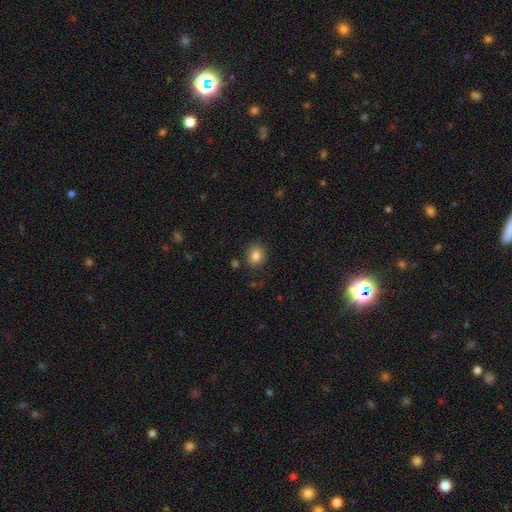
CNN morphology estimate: A smooth galaxy with no disk features (83%) that is round (67%).

Vote fractions:
- Smooth or featured? smooth: 83% / star or artifact: 11% / featured or disk: 7%
- How rounded? round: 67% / in between: 32% / cigar-shaped: 1%
- Merging? none: 84% / minor disturbance: 11% / major disturbance: 3% / merger: 3%